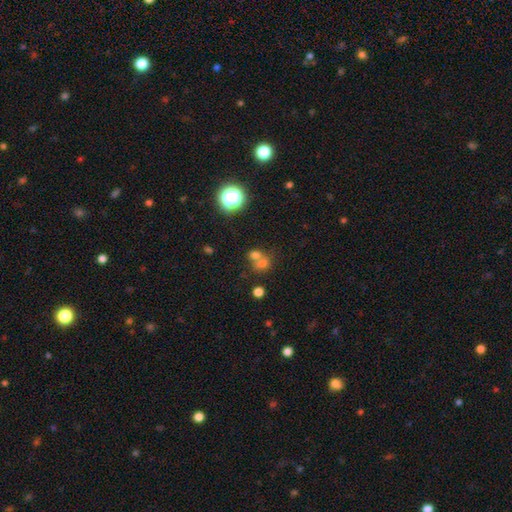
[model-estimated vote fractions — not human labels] This appears to be a smooth galaxy with no disk features (66%) that is round (60%). Merging: merger (58%).